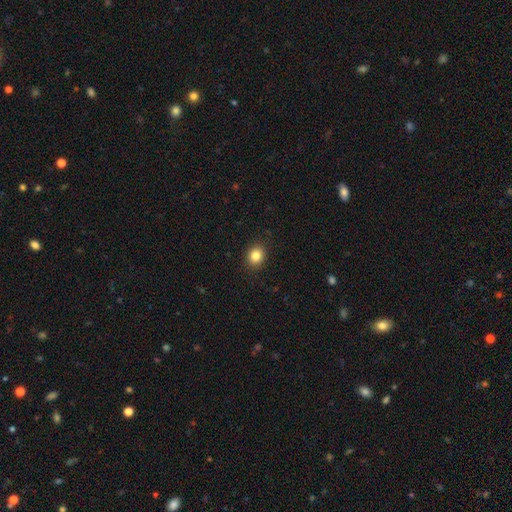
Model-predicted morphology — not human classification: Smooth or featured: smooth — 84% (star or artifact — 11%)
How rounded: round — 66% (in between — 33%)
Merging: none — 91% (minor disturbance — 6%)